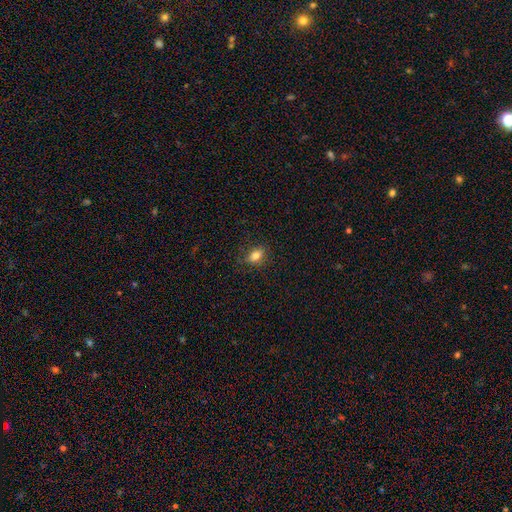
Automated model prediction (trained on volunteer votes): Smooth or featured: smooth — 80% (star or artifact — 11%)
How rounded: in between — 79% (round — 16%)
Merging: none — 82% (minor disturbance — 14%)